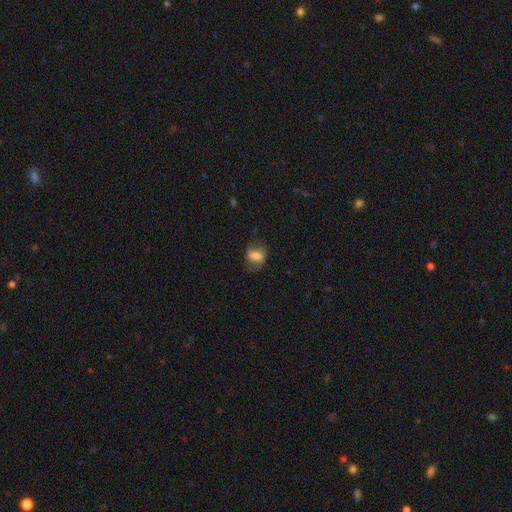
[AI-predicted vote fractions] Morphology: type=smooth (58%); roundness=in between (70%); merging=none (60%).